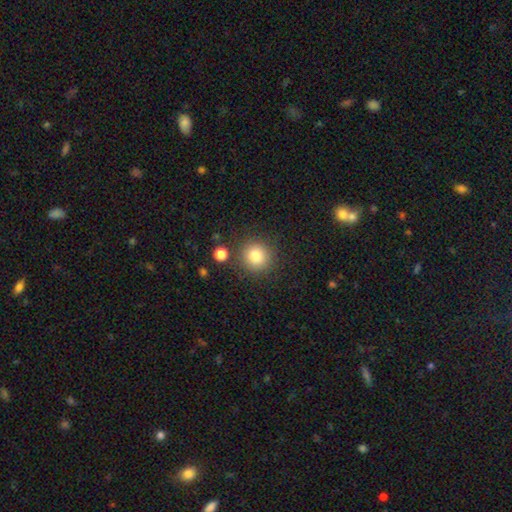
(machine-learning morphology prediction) smooth 83%, star or artifact 11%, featured or disk 6%. Down the decision tree: how rounded — round (92%); merging — none (84%).